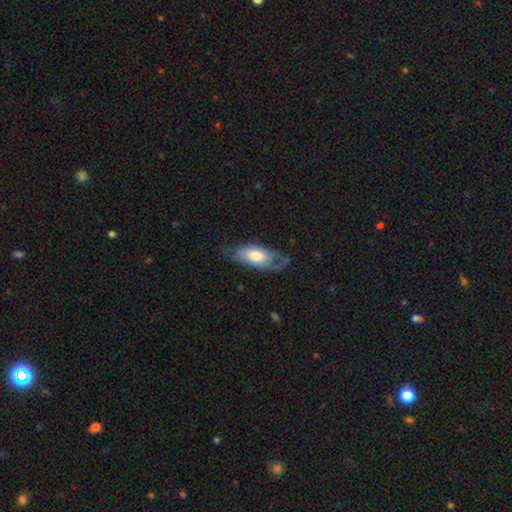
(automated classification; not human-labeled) Morphology: type=smooth (53%); roundness=in between (86%); merging=none (48%).